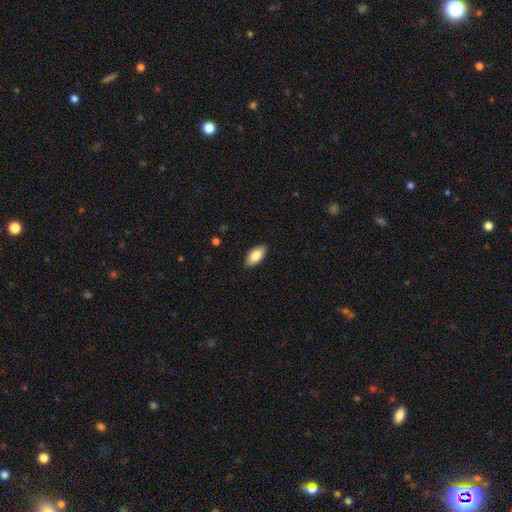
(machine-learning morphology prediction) smooth-or-featured: smooth: 85% | featured or disk: 8% | star or artifact: 6%
  how-rounded: in between: 92% | cigar-shaped: 5% | round: 2%
  merging: none: 87% | minor disturbance: 10% | major disturbance: 2% | merger: 1%